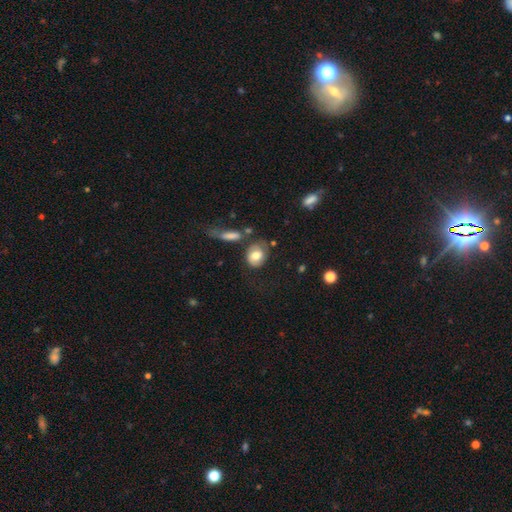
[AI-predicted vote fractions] smooth 69%, featured or disk 23%, star or artifact 7%. Down the decision tree: how rounded — round (52%); merging — none (52%).